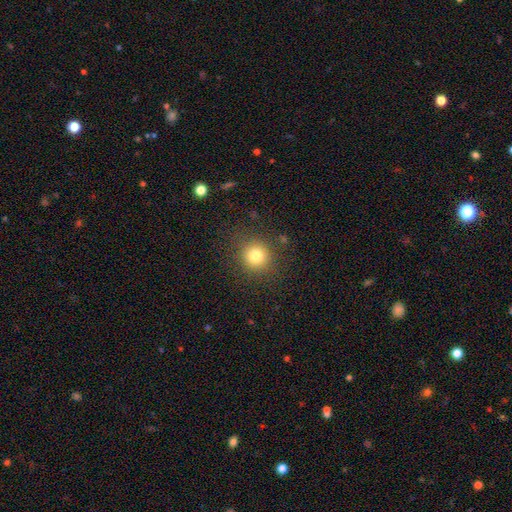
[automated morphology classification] The model was most divided on "smooth or featured": smooth: 79%, star or artifact: 14%, featured or disk: 8%. More confident: how rounded — round (89%); merging — none (86%).